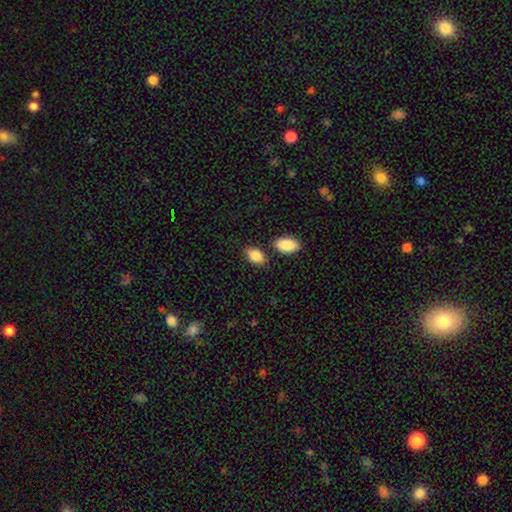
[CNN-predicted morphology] A smooth galaxy with no disk features (88%) that is in between round and cigar-shaped (91%).

Vote fractions:
- Smooth or featured? smooth: 88% / star or artifact: 7% / featured or disk: 6%
- How rounded? in between: 91% / round: 7% / cigar-shaped: 2%
- Merging? none: 71% / minor disturbance: 14% / merger: 11% / major disturbance: 4%